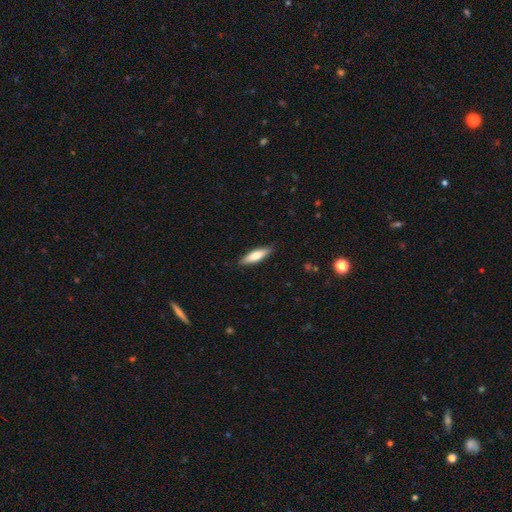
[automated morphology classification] Q: Smooth or featured?
A: smooth (70%); runner-up: featured or disk (24%)
Q: How rounded?
A: cigar-shaped (62%); runner-up: in between (36%)
Q: Merging?
A: none (88%); runner-up: minor disturbance (9%)